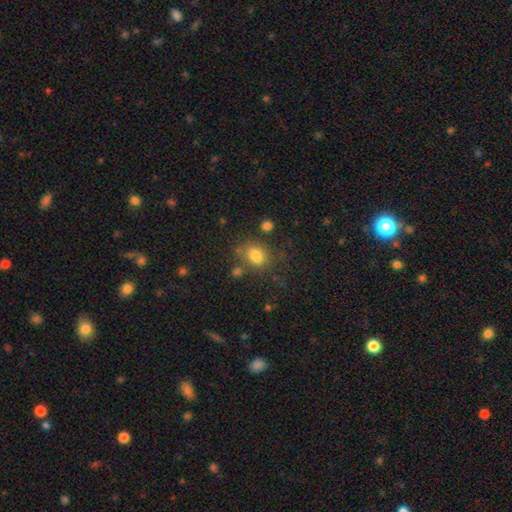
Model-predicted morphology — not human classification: Q: Smooth or featured?
A: smooth (79%); runner-up: star or artifact (13%)
Q: How rounded?
A: in between (56%); runner-up: round (43%)
Q: Merging?
A: none (66%); runner-up: minor disturbance (17%)